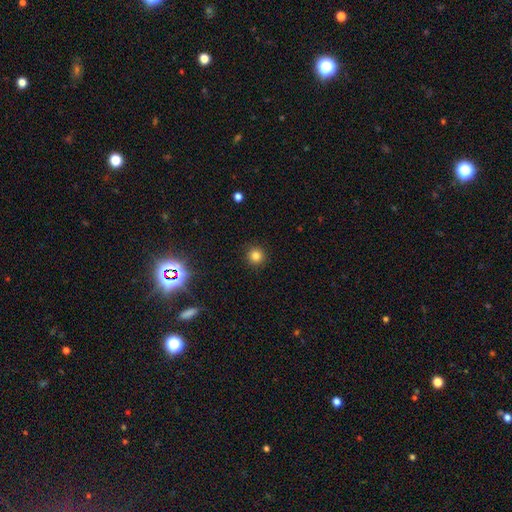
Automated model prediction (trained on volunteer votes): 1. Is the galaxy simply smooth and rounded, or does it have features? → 82% smooth, 14% star or artifact, 5% featured or disk.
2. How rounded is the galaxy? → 94% round, 5% in between, 1% cigar-shaped.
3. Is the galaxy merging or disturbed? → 92% none, 5% minor disturbance, 2% major disturbance, 1% merger.